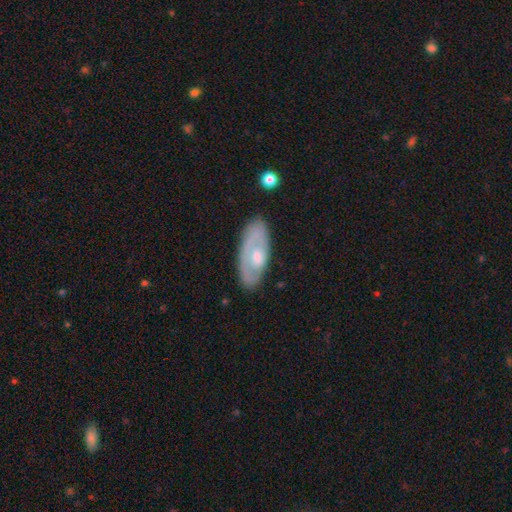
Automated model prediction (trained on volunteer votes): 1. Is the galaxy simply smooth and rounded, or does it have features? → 59% featured or disk, 36% smooth, 5% star or artifact.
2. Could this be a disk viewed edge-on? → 86% no, 14% yes.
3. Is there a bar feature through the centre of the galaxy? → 80% no, 17% weak, 3% strong.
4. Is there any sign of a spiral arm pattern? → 50% no (tied), 50% yes (tied).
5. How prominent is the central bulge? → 56% moderate, 22% large, 16% small, 5% none, 2% dominant.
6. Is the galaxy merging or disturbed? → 75% none, 18% minor disturbance, 6% major disturbance, 2% merger.